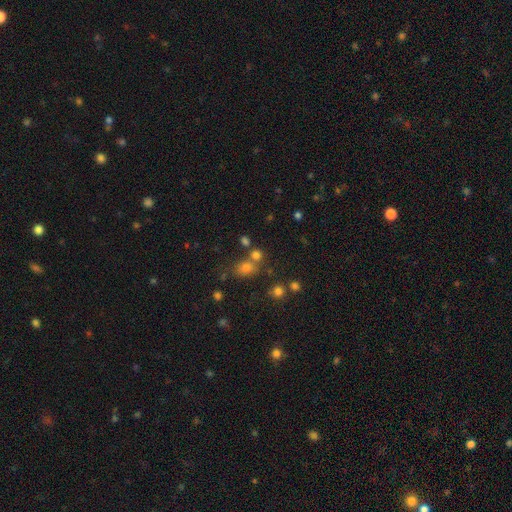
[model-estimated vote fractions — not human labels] smooth-or-featured: smooth: 70% | star or artifact: 21% | featured or disk: 9%
  how-rounded: round: 59% | in between: 40% | cigar-shaped: 2%
  merging: none: 58% | merger: 27% | minor disturbance: 10% | major disturbance: 5%